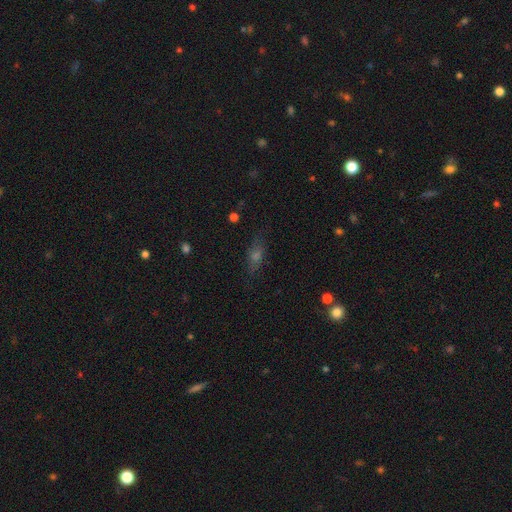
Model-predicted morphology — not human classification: Smooth or featured? smooth (45%)
Merging? none (79%)